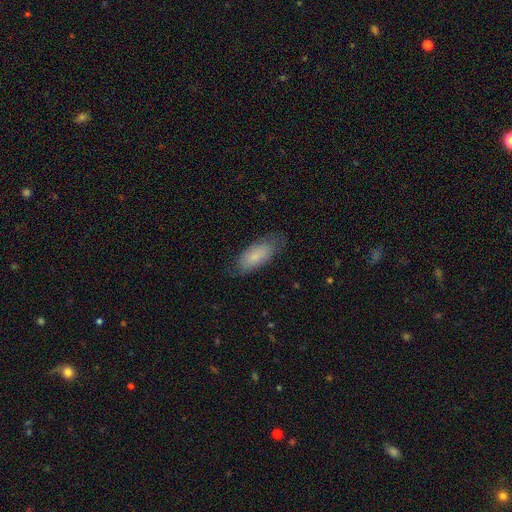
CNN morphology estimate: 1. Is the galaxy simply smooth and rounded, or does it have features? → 77% smooth, 16% featured or disk, 7% star or artifact.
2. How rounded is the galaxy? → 82% in between, 16% cigar-shaped, 2% round.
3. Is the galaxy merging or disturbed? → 72% none, 21% minor disturbance, 6% major disturbance, 1% merger.